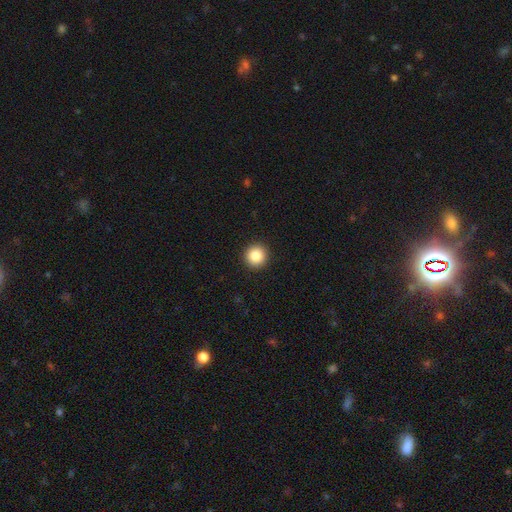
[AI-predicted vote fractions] The model was most divided on "smooth or featured": smooth: 87%, star or artifact: 9%, featured or disk: 3%. More confident: how rounded — round (95%); merging — none (93%).